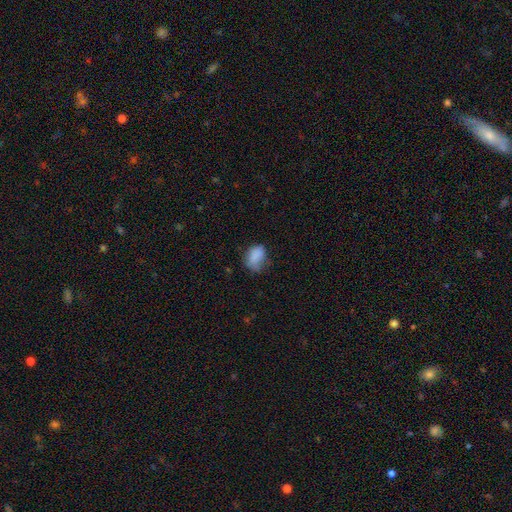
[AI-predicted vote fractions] Smooth or featured? Predicted: smooth (p=0.83). How rounded? Predicted: in between (p=0.77). Merging? Predicted: none (p=0.51).